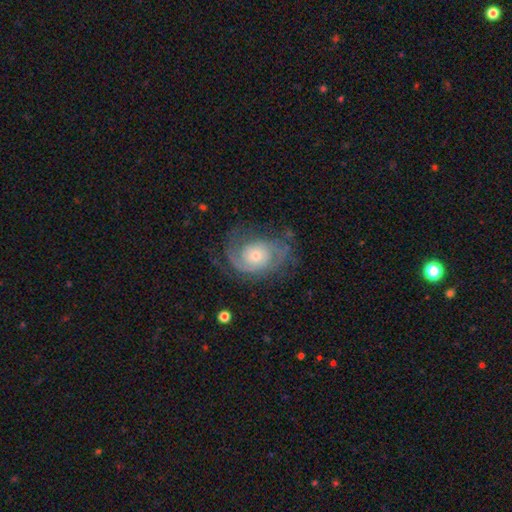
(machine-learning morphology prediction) Smooth or featured: featured or disk — 81% (smooth — 13%)
Edge-on disk: no — 97% (yes — 3%)
Bar: no — 76% (weak — 20%)
Spiral arms: yes — 93% (no — 7%)
Spiral winding: tight — 45% (medium — 39%)
Spiral arm count: 2 — 50% (can't tell — 19%)
Bulge size: small — 57% (moderate — 36%)
Merging: none — 64% (minor disturbance — 19%)